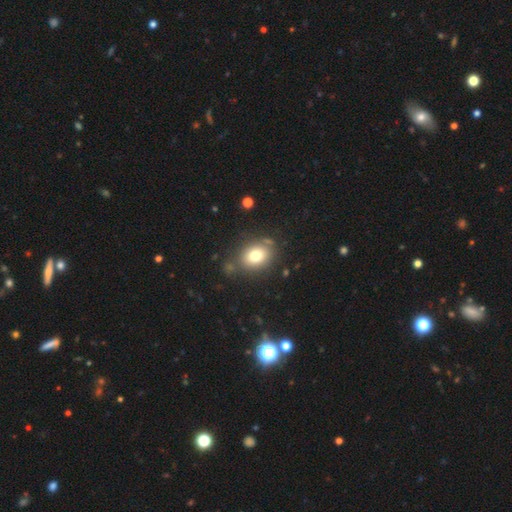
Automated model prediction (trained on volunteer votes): smooth-or-featured: smooth: 76% | featured or disk: 13% | star or artifact: 11%
  how-rounded: in between: 58% | round: 41% | cigar-shaped: 1%
  merging: none: 77% | minor disturbance: 13% | merger: 5% | major disturbance: 5%